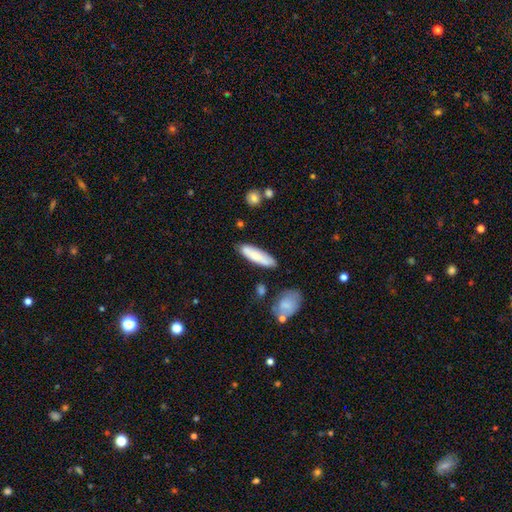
Overall: smooth (80%). How rounded: cigar-shaped (53%; in between 47%). Merging: none (89%).